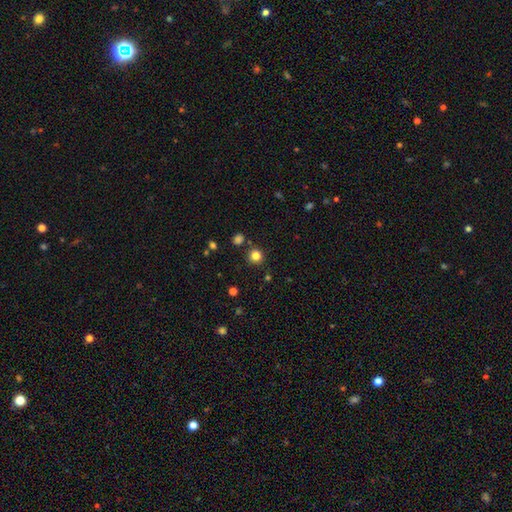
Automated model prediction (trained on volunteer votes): smooth-or-featured: smooth: 82% | star or artifact: 14% | featured or disk: 5%
  how-rounded: round: 93% | in between: 6% | cigar-shaped: 1%
  merging: none: 87% | minor disturbance: 6% | merger: 4% | major disturbance: 2%